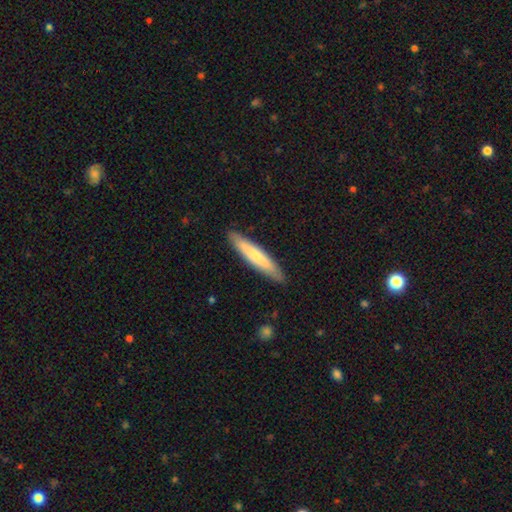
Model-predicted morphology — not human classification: smooth 67%, featured or disk 28%, star or artifact 5%. Down the decision tree: how rounded — cigar-shaped (91%); merging — none (89%).